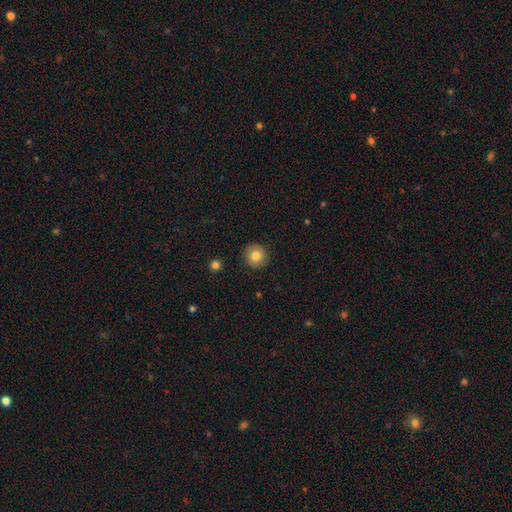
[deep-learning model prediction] A smooth galaxy with no disk features (80%) that is round (94%).

Vote fractions:
- Smooth or featured? smooth: 80% / featured or disk: 10% / star or artifact: 10%
- How rounded? round: 94% / in between: 5% / cigar-shaped: 1%
- Merging? none: 91% / minor disturbance: 6% / major disturbance: 2% / merger: 1%